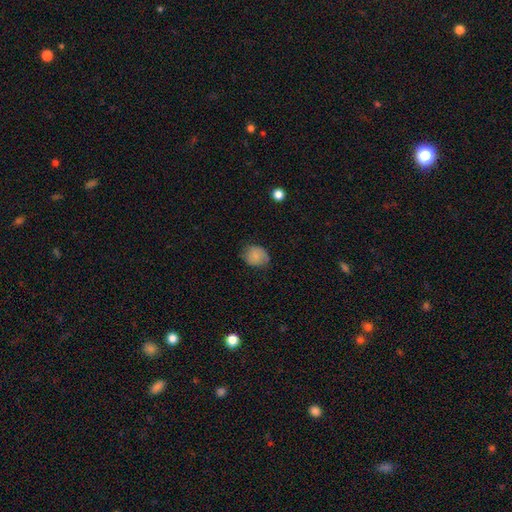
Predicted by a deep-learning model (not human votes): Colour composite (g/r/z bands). It shows a smooth galaxy with no disk features (77%) that is round (60%). Merging: none (66%).